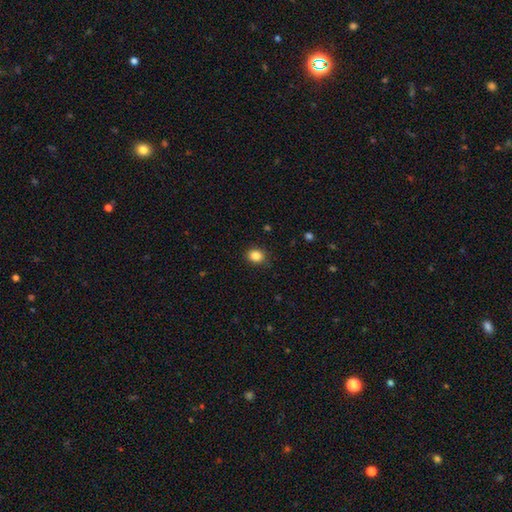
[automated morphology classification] Smooth or featured? smooth (86%)
How rounded? round (62%)
Merging? none (87%)